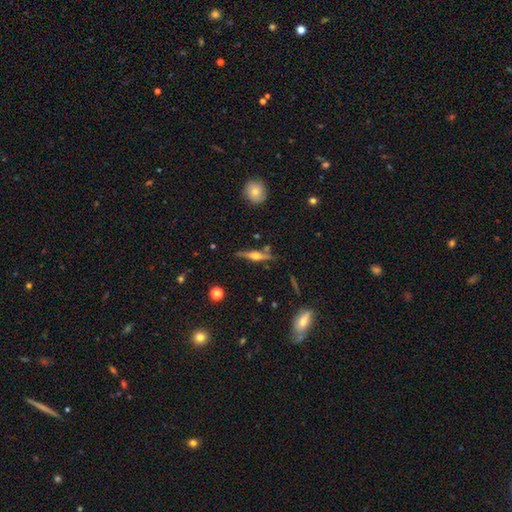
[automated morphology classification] Smooth or featured? featured or disk (69%)
Edge-on disk? yes (96%)
Edge-on bulge? rounded (90%)
Merging? none (81%)